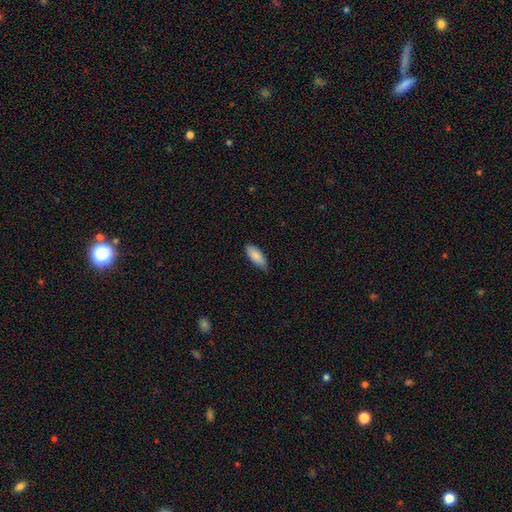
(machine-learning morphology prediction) type=smooth (88%); roundness=in between (78%); merging=none (75%).